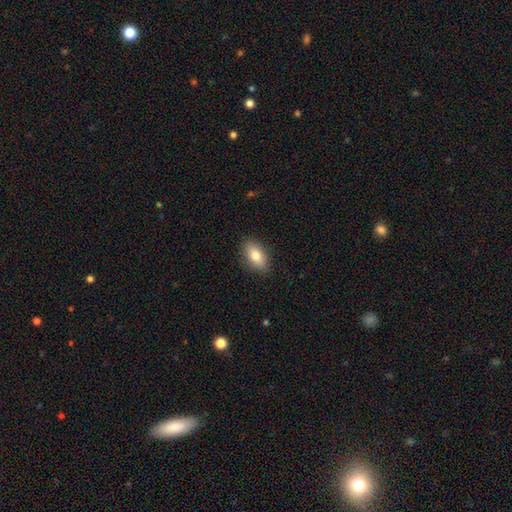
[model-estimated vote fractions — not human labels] A smooth galaxy with no disk features (80%) that is in between round and cigar-shaped (89%).

Vote fractions:
- Smooth or featured? smooth: 80% / featured or disk: 13% / star or artifact: 7%
- How rounded? in between: 89% / round: 6% / cigar-shaped: 5%
- Merging? none: 88% / minor disturbance: 9% / major disturbance: 2% / merger: 1%